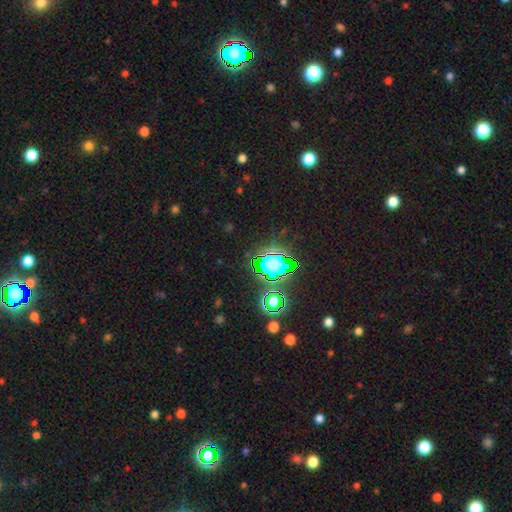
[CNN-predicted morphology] type=star or artifact (81%).